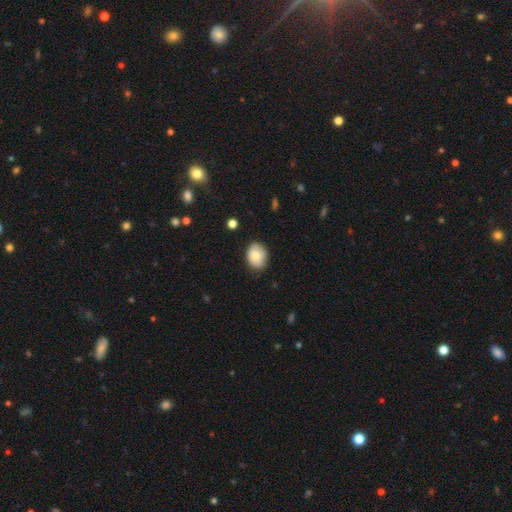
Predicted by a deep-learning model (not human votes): This appears to be a smooth galaxy with no disk features (81%) that is in between round and cigar-shaped (64%). Merging: none (80%).